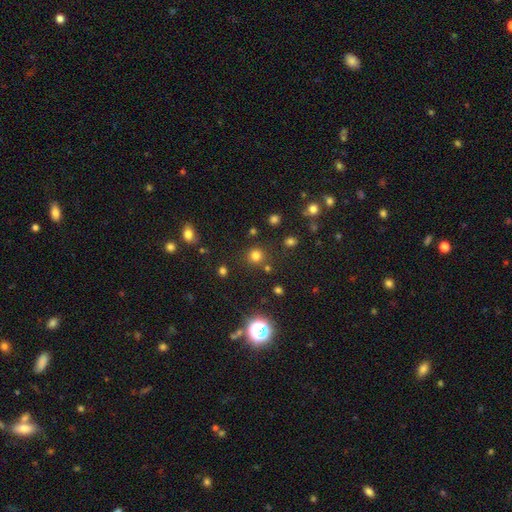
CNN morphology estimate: A smooth galaxy with no disk features (73%) that is round (92%).

Vote fractions:
- Smooth or featured? smooth: 73% / star or artifact: 21% / featured or disk: 6%
- How rounded? round: 92% / in between: 7% / cigar-shaped: 1%
- Merging? none: 82% / minor disturbance: 8% / merger: 6% / major disturbance: 3%